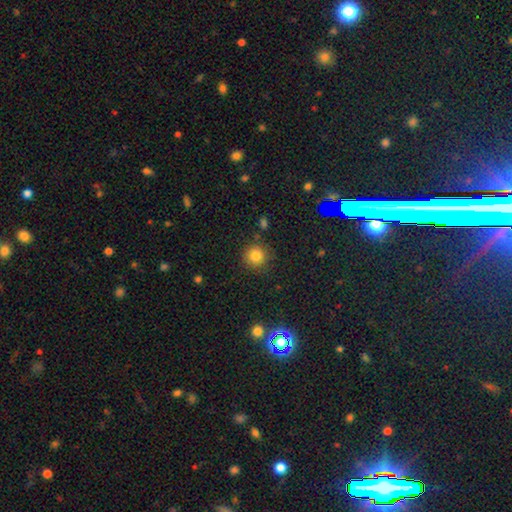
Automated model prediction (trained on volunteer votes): Smooth or featured: smooth — 82% (star or artifact — 12%)
How rounded: round — 93% (in between — 6%)
Merging: none — 85% (minor disturbance — 9%)